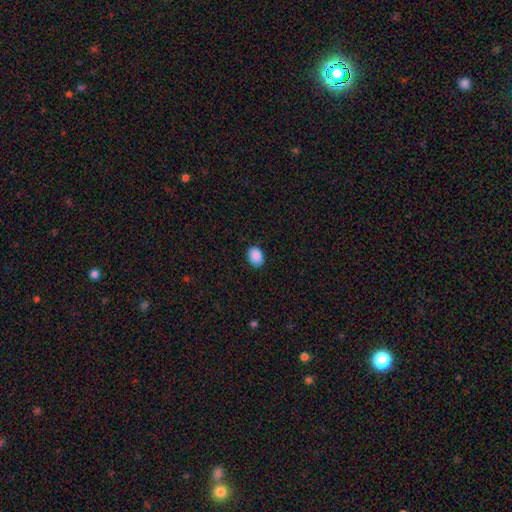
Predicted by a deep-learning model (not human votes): Q: Smooth or featured?
A: smooth (90%); runner-up: star or artifact (7%)
Q: How rounded?
A: in between (72%); runner-up: round (27%)
Q: Merging?
A: none (88%); runner-up: minor disturbance (9%)